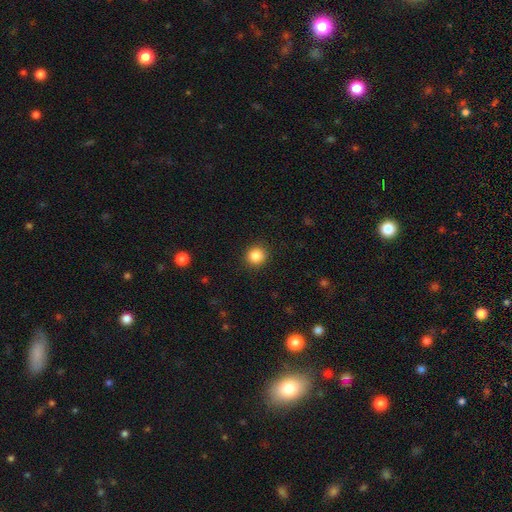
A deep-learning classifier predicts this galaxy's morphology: A smooth galaxy with no disk features (87%) that is round (89%).

Vote fractions:
- Smooth or featured? smooth: 87% / star or artifact: 10% / featured or disk: 4%
- How rounded? round: 89% / in between: 10% / cigar-shaped: 1%
- Merging? none: 90% / minor disturbance: 6% / major disturbance: 2% / merger: 1%